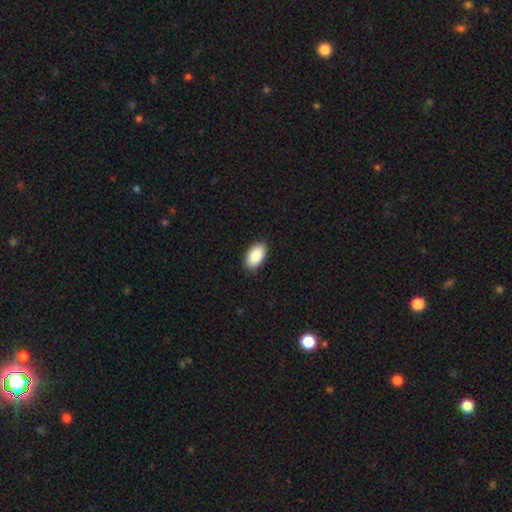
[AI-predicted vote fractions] This appears to be a smooth galaxy with no disk features (90%) that is in between round and cigar-shaped (95%). Merging: none (86%).